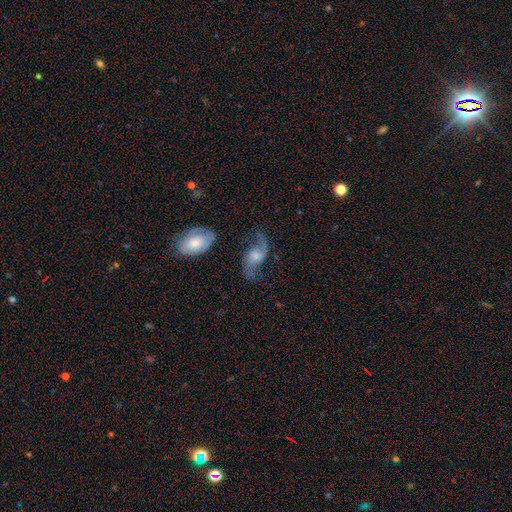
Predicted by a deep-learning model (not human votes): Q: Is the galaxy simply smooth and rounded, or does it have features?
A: featured or disk — 83%.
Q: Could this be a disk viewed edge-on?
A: no — 96%.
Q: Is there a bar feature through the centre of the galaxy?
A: no — 53%.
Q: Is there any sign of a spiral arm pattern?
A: yes — 95%.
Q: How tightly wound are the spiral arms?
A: loose — 76%.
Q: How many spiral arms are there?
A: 2 — 92%.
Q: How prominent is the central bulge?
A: moderate — 38%.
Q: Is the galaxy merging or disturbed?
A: none — 67%.